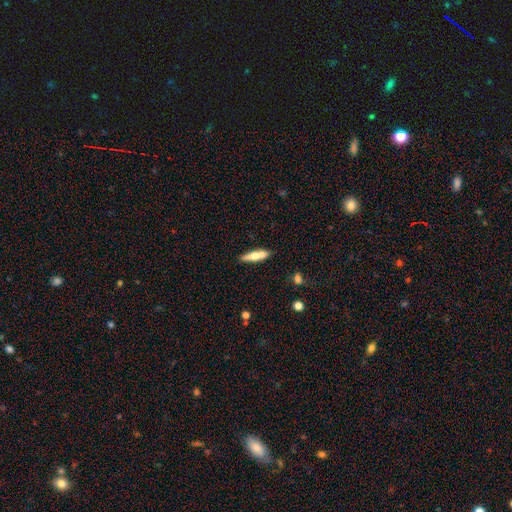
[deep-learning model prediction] This is possibly a smooth galaxy (59%). How rounded: likely cigar-shaped (78%). Merging: likely none (75%).